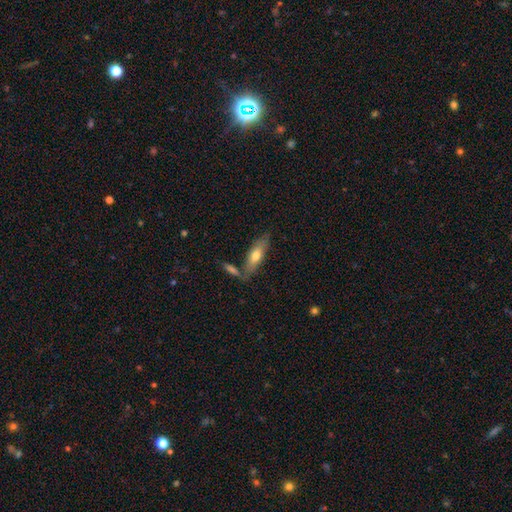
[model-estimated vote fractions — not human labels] Morphology: type=smooth (64%); roundness=in between (53%); merging=none (68%).